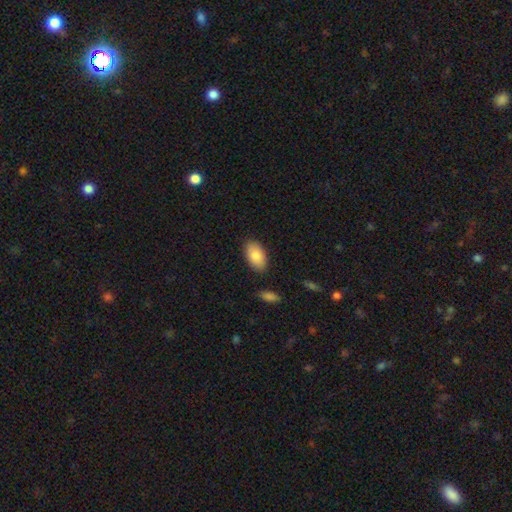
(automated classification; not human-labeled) Smooth or featured?
  - smooth: 83% *
  - featured or disk: 10%
  - star or artifact: 6%
How rounded?
  - in between: 94% *
  - round: 4%
  - cigar-shaped: 2%
Merging?
  - none: 85% *
  - minor disturbance: 11%
  - major disturbance: 2%
  - merger: 2%